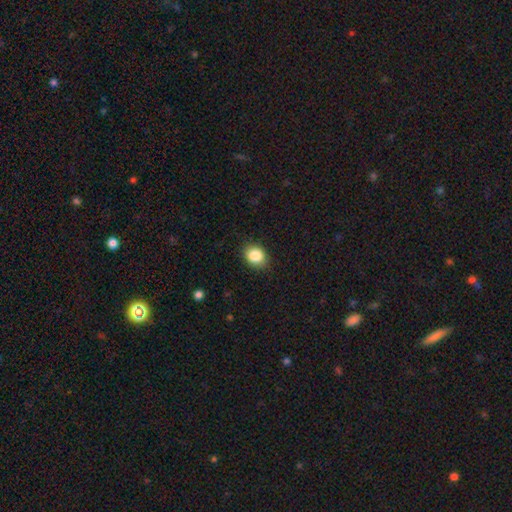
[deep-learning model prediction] Overall: smooth (86%). How rounded: round (54%; in between 45%). Merging: none (85%).